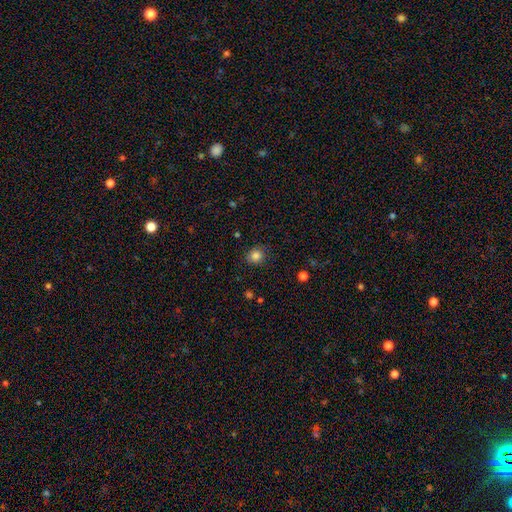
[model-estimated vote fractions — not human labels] Smooth or featured? Predicted: smooth (p=0.84). How rounded? Predicted: round (p=0.80). Merging? Predicted: none (p=0.85).